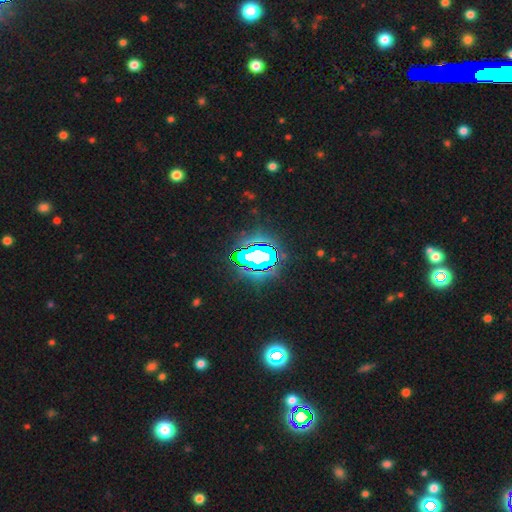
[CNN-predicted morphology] Q: Smooth or featured?
A: star or artifact (71%); runner-up: smooth (15%)